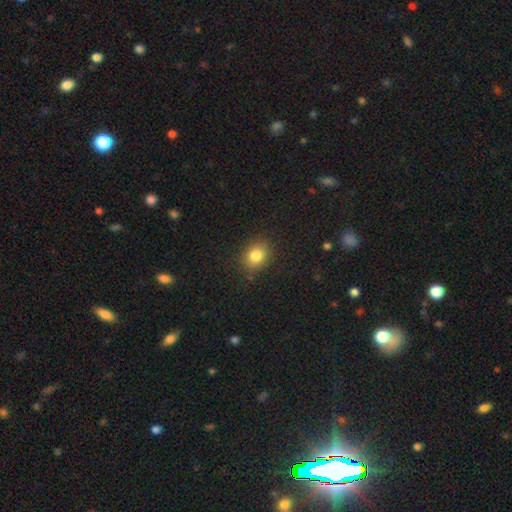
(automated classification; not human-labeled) Smooth or featured? smooth (83%)
How rounded? round (56%)
Merging? none (85%)